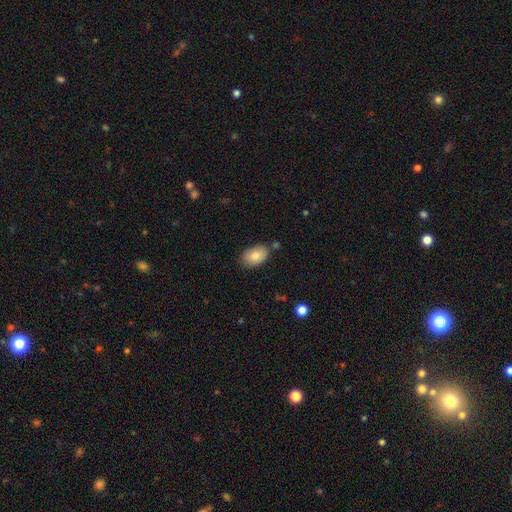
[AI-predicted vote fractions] A smooth galaxy with no disk features (83%) that is in between round and cigar-shaped (91%). Merging: none (79%).